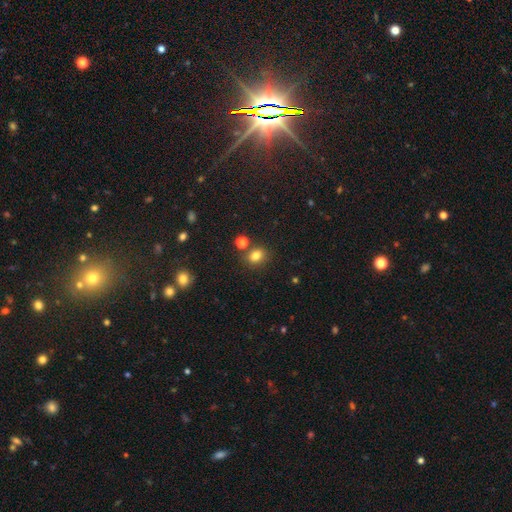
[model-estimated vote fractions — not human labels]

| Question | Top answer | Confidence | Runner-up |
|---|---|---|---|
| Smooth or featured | smooth | 80% | star or artifact (13%) |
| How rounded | in between | 50% | round (49%) |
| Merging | none | 74% | minor disturbance (12%) |